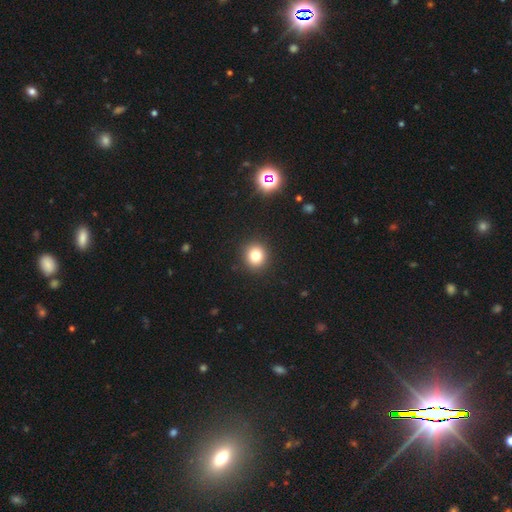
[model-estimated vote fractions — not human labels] This is likely a smooth galaxy (78%). How rounded: clearly round (89%). Merging: clearly none (92%).